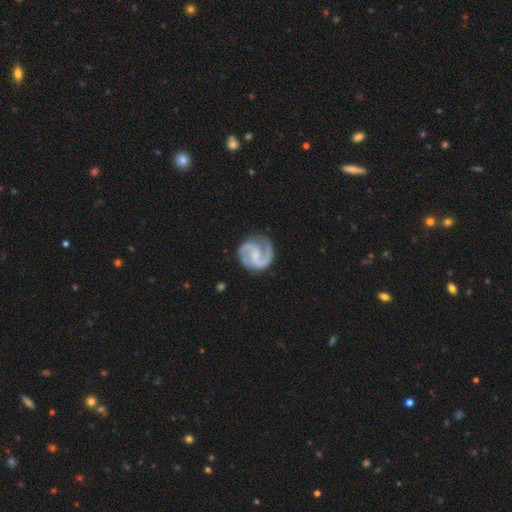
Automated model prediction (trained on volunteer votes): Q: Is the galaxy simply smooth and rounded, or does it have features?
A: featured or disk — 91%.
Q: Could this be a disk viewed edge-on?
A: no — 99%.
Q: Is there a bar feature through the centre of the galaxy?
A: weak — 45%.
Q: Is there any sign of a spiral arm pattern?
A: yes — 98%.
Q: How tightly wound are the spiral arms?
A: medium — 58%.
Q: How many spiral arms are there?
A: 2 — 92%.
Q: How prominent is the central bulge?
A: small — 48%.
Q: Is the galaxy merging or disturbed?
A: none — 80%.